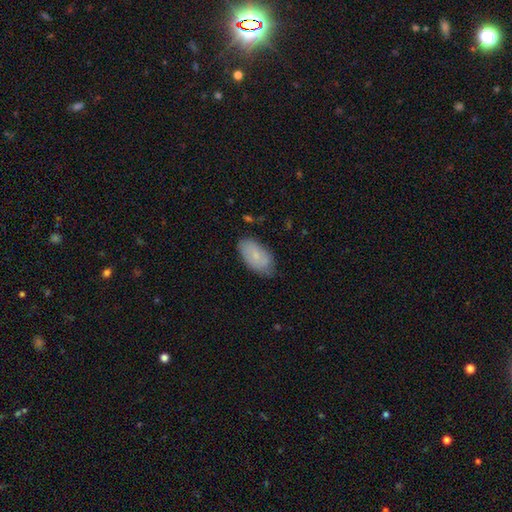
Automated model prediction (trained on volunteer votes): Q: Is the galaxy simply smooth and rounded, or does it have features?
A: smooth — 72%.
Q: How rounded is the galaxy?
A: in between — 94%.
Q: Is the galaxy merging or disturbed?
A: none — 75%.